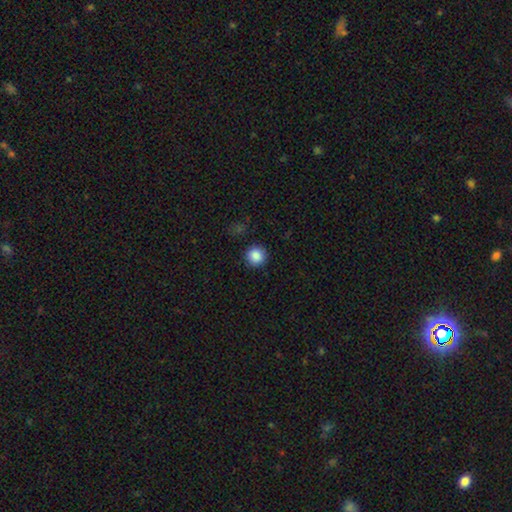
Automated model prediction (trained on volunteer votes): Q: Smooth or featured?
A: smooth (87%); runner-up: star or artifact (10%)
Q: How rounded?
A: round (94%); runner-up: in between (5%)
Q: Merging?
A: none (91%); runner-up: minor disturbance (6%)